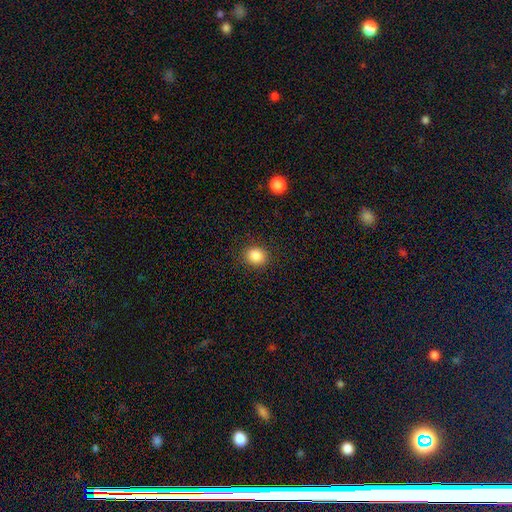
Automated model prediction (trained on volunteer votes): Q: Smooth or featured?
A: smooth (87%); runner-up: star or artifact (10%)
Q: How rounded?
A: round (71%); runner-up: in between (28%)
Q: Merging?
A: none (88%); runner-up: minor disturbance (8%)